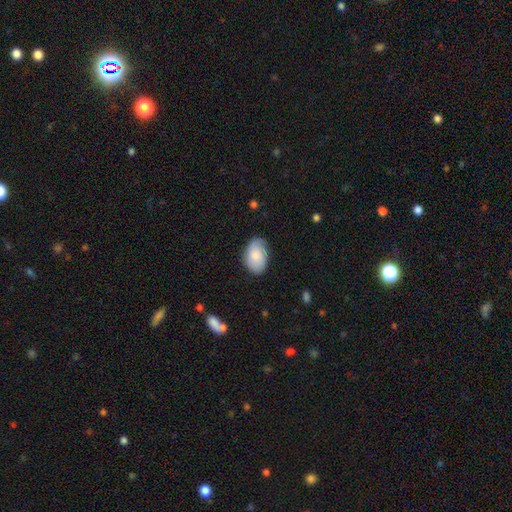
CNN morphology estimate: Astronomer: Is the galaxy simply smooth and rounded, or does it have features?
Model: smooth — 77%.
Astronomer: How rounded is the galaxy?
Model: in between — 89%.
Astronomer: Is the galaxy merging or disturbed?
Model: none — 75%.